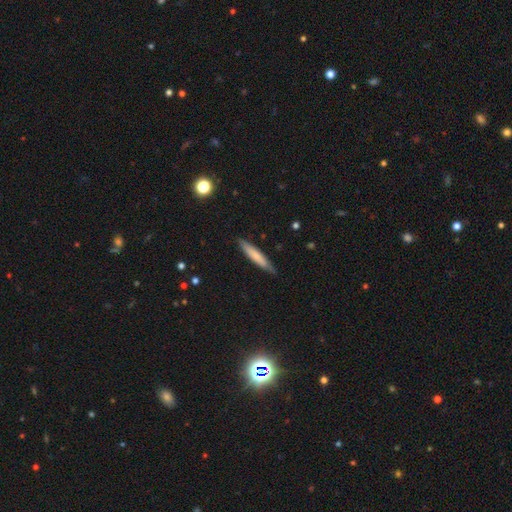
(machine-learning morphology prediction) A smooth galaxy with no disk features (70%) that is cigar-shaped (91%).

Vote fractions:
- Smooth or featured? smooth: 70% / featured or disk: 24% / star or artifact: 6%
- How rounded? cigar-shaped: 91% / in between: 8% / round: 1%
- Merging? none: 85% / minor disturbance: 12% / major disturbance: 2% / merger: 1%